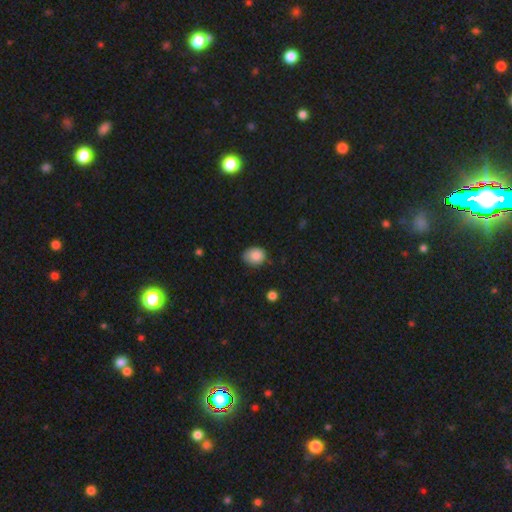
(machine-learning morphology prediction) This is clearly a smooth galaxy (86%). How rounded: likely round (61%). Merging: likely none (70%).